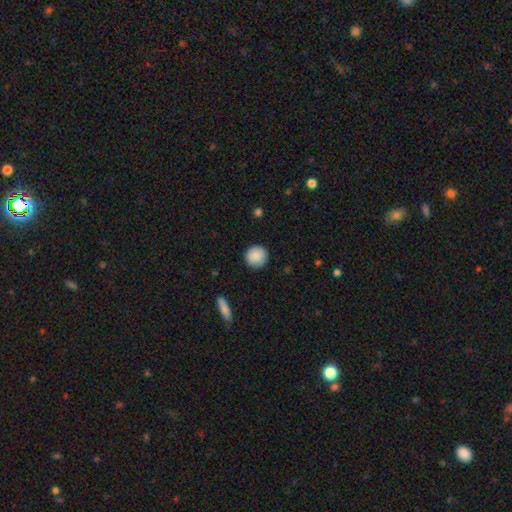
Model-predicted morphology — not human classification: Smooth or featured?
  - smooth: 89% *
  - star or artifact: 7%
  - featured or disk: 4%
How rounded?
  - round: 93% *
  - in between: 6%
  - cigar-shaped: 1%
Merging?
  - none: 90% *
  - minor disturbance: 7%
  - major disturbance: 2%
  - merger: 1%